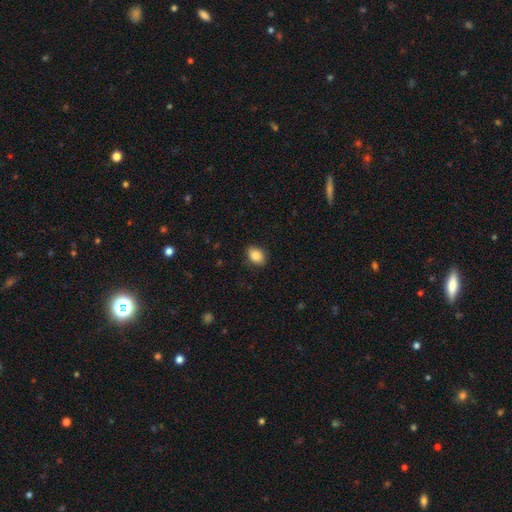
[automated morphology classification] smooth 88%, star or artifact 8%, featured or disk 4%. Down the decision tree: how rounded — in between (78%); merging — none (86%).